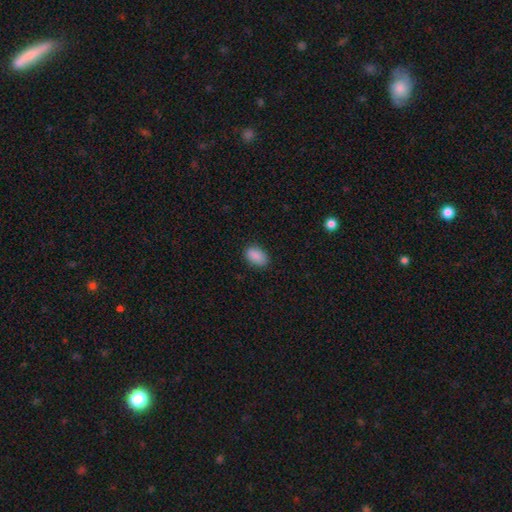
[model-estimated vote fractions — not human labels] Morphology: type=smooth (89%); roundness=in between (90%); merging=none (83%).